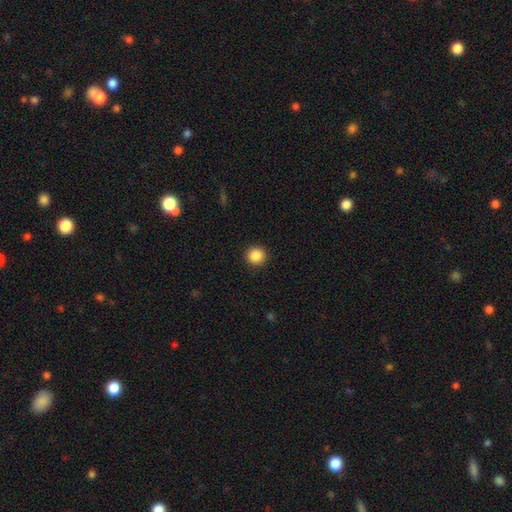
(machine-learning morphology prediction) Overall: smooth (87%). How rounded: round (95%). Merging: none (93%).